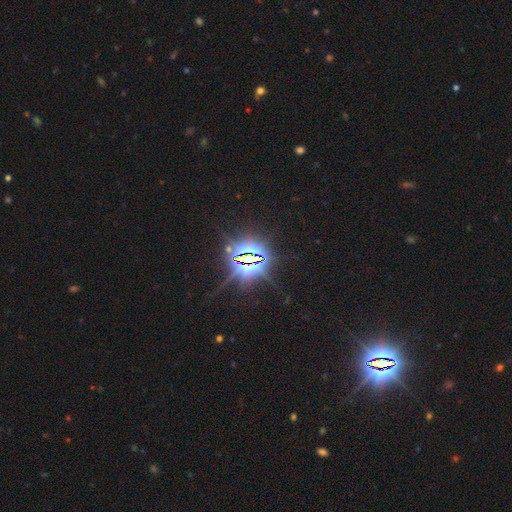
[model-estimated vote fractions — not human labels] Smooth or featured?
  - star or artifact: 86% *
  - smooth: 8%
  - featured or disk: 6%